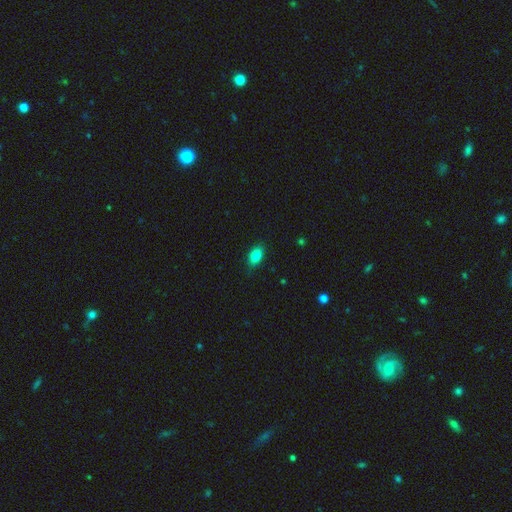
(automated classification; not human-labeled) Q: Smooth or featured?
A: smooth (84%); runner-up: star or artifact (9%)
Q: How rounded?
A: in between (86%); runner-up: round (10%)
Q: Merging?
A: none (84%); runner-up: minor disturbance (12%)